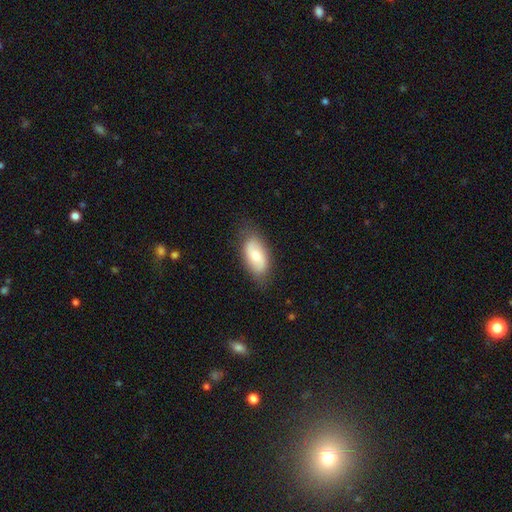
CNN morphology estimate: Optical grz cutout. It shows a smooth galaxy with no disk features (62%) that is in between round and cigar-shaped (92%). Merging: none (79%).